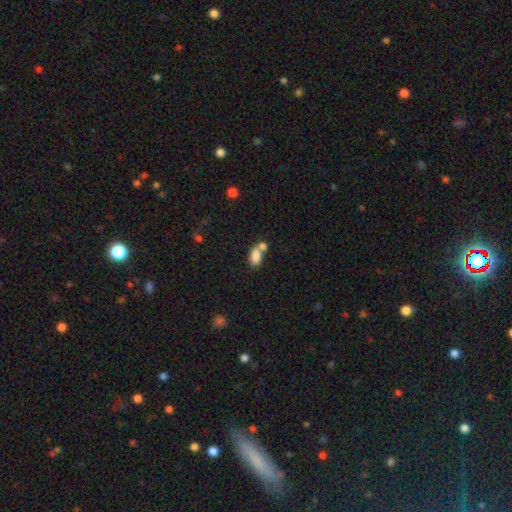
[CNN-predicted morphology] smooth_or_featured: smooth (p=0.81) [alt: featured or disk p=0.10]
how_rounded: in between (p=0.89) [alt: round p=0.08]
merging: merger (p=0.55) [alt: none p=0.29]